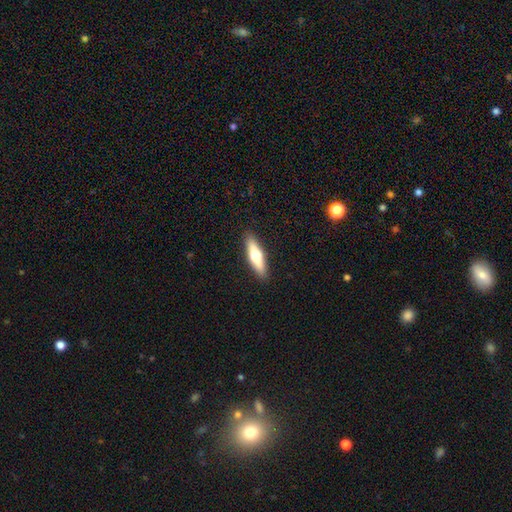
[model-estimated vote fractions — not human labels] smooth-or-featured: smooth: 49% | featured or disk: 46% | star or artifact: 6%
  merging: none: 90% | minor disturbance: 7% | major disturbance: 2% | merger: 1%